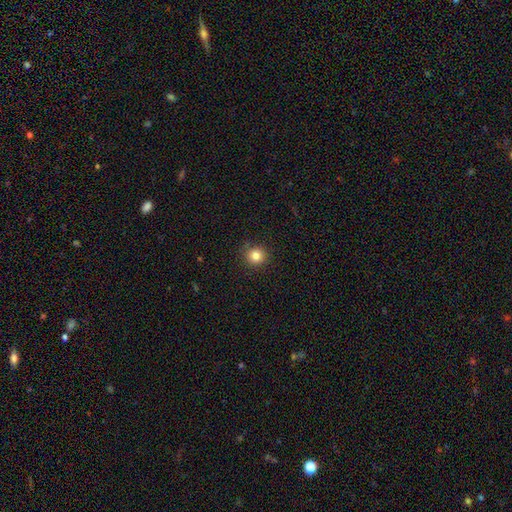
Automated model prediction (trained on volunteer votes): Q: Smooth or featured?
A: smooth (82%); runner-up: star or artifact (12%)
Q: How rounded?
A: round (92%); runner-up: in between (8%)
Q: Merging?
A: none (89%); runner-up: minor disturbance (7%)